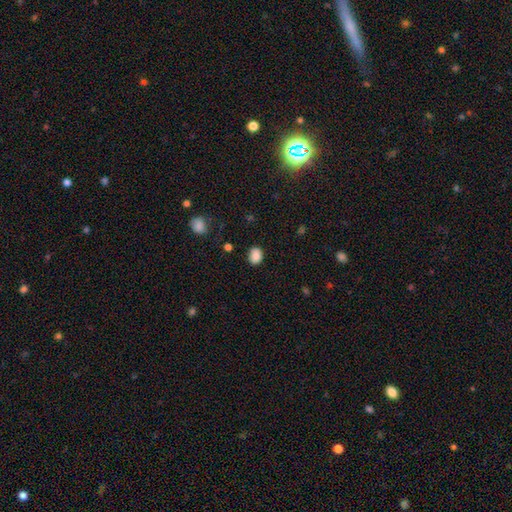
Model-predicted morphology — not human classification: type=smooth (86%); roundness=in between (59%); merging=none (78%).